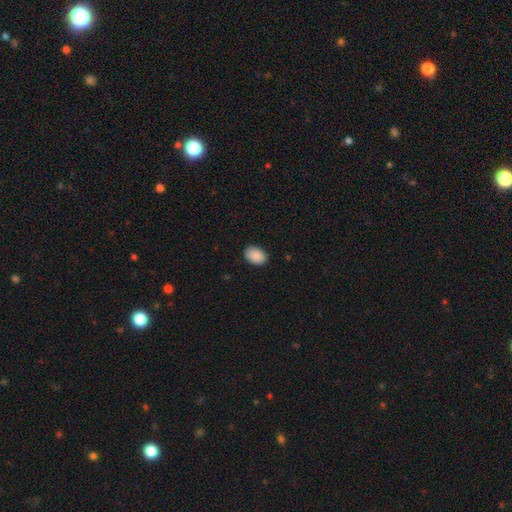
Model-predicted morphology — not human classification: Smooth or featured: smooth — 90% (star or artifact — 7%)
How rounded: in between — 85% (round — 14%)
Merging: none — 88% (minor disturbance — 9%)